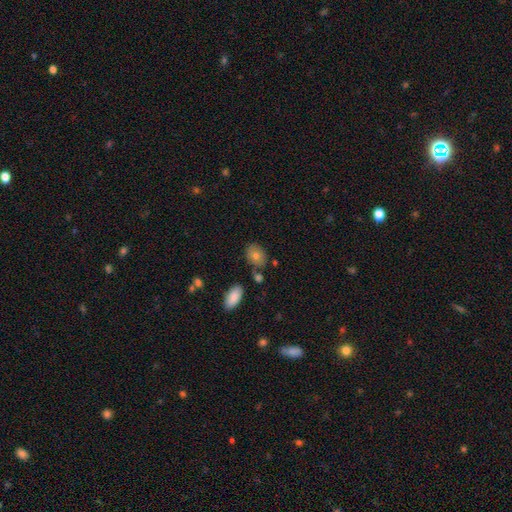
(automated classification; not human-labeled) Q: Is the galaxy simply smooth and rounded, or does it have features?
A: smooth — 75%.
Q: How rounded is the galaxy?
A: in between — 73%.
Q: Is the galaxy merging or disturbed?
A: none — 72%.